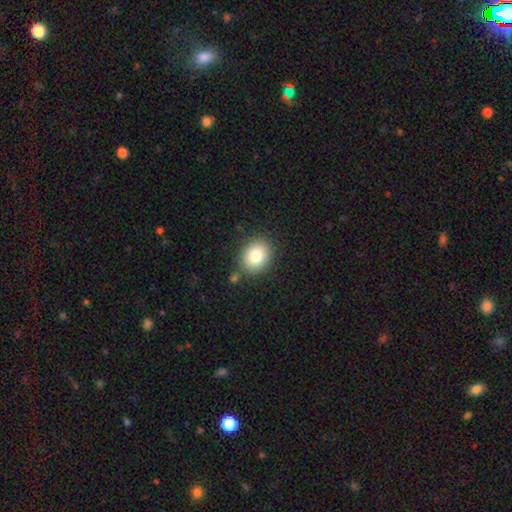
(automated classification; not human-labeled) smooth 81%, star or artifact 10%, featured or disk 9%. Down the decision tree: how rounded — round (56%); merging — none (83%).